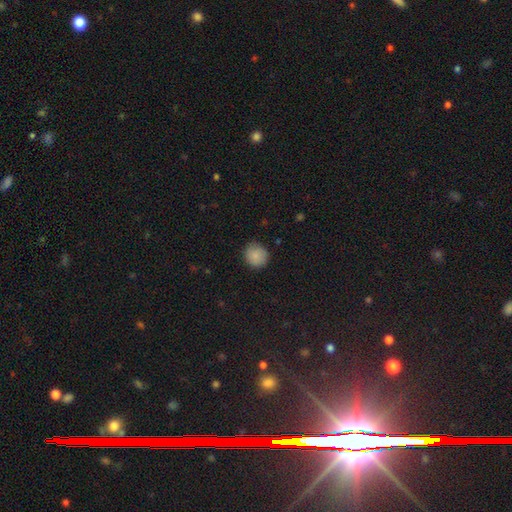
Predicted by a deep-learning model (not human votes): smooth_or_featured: smooth (p=0.86) [alt: star or artifact p=0.08]
how_rounded: round (p=0.89) [alt: in between p=0.10]
merging: none (p=0.82) [alt: minor disturbance p=0.14]